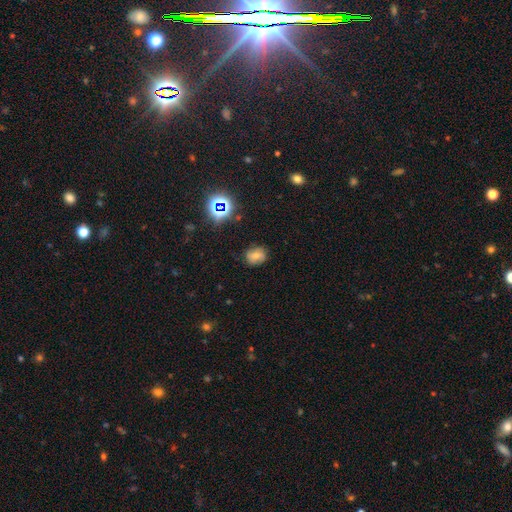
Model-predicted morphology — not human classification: Smooth or featured? smooth (61%)
How rounded? round (61%)
Merging? none (76%)